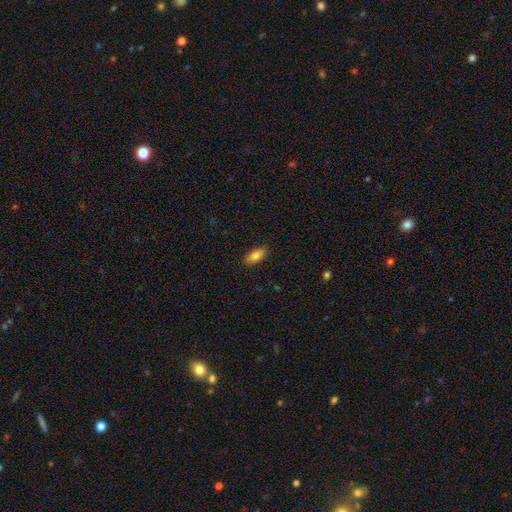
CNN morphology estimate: smooth 86%, star or artifact 8%, featured or disk 7%. Down the decision tree: how rounded — in between (89%); merging — none (87%).